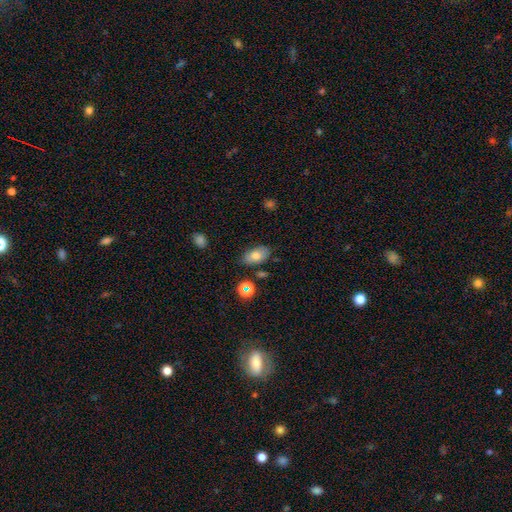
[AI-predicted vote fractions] Smooth or featured? Predicted: smooth (p=0.74). How rounded? Predicted: in between (p=0.90). Merging? Predicted: none (p=0.80).